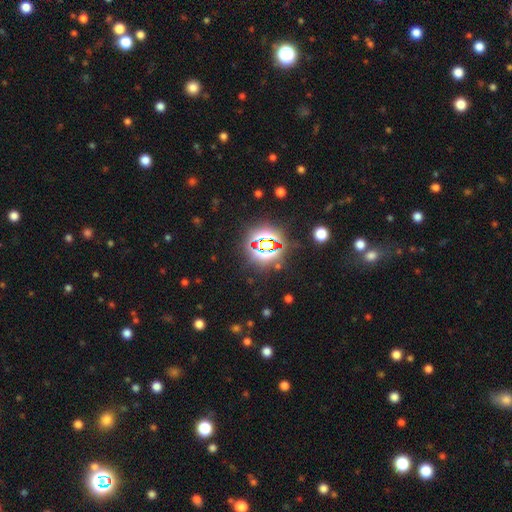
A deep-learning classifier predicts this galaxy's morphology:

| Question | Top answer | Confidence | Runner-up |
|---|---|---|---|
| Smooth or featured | star or artifact | 80% | smooth (13%) |